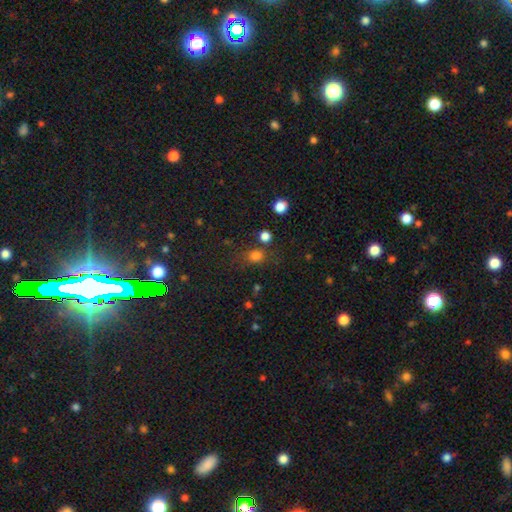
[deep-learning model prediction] smooth-or-featured: smooth: 78% | star or artifact: 16% | featured or disk: 6%
  how-rounded: round: 68% | in between: 30% | cigar-shaped: 2%
  merging: none: 68% | minor disturbance: 15% | merger: 9% | major disturbance: 8%